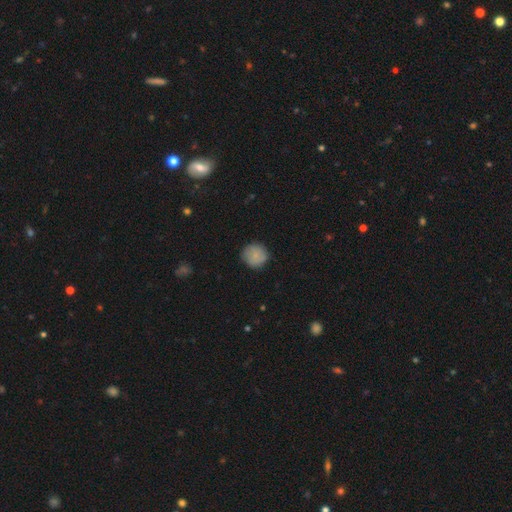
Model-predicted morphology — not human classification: smooth 81%, featured or disk 11%, star or artifact 8%. Down the decision tree: how rounded — round (93%); merging — none (85%).